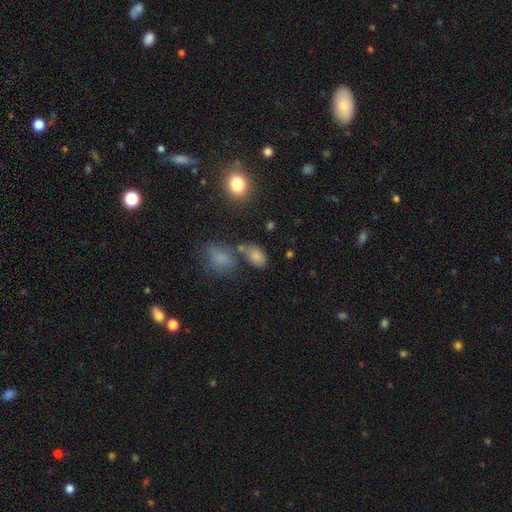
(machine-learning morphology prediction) Smooth or featured? Predicted: smooth (p=0.77). How rounded? Predicted: in between (p=0.84). Merging? Predicted: none (p=0.54).